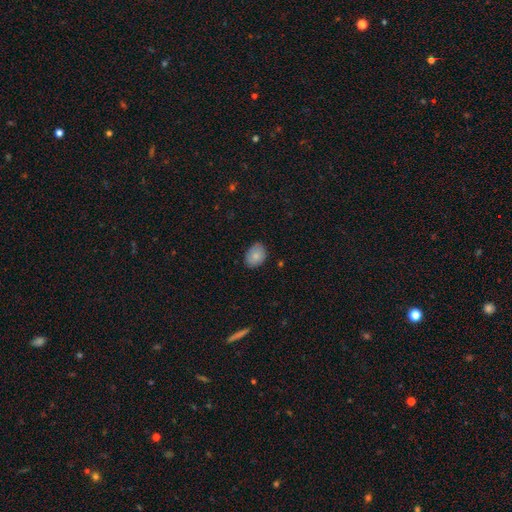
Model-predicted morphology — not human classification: Smooth or featured? smooth (82%)
How rounded? in between (70%)
Merging? none (79%)